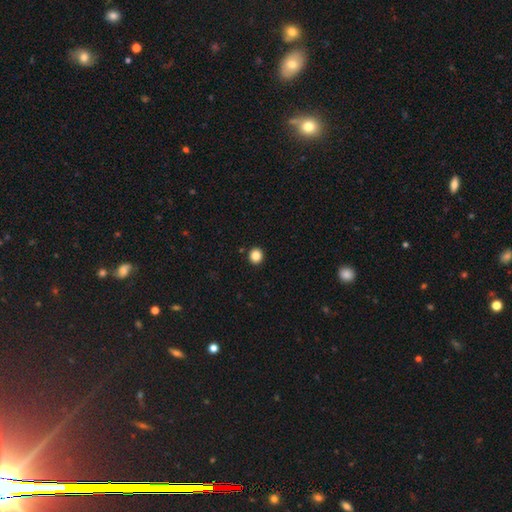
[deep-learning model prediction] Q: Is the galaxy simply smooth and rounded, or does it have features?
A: smooth — 85%.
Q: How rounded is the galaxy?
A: round — 86%.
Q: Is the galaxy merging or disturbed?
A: none — 92%.